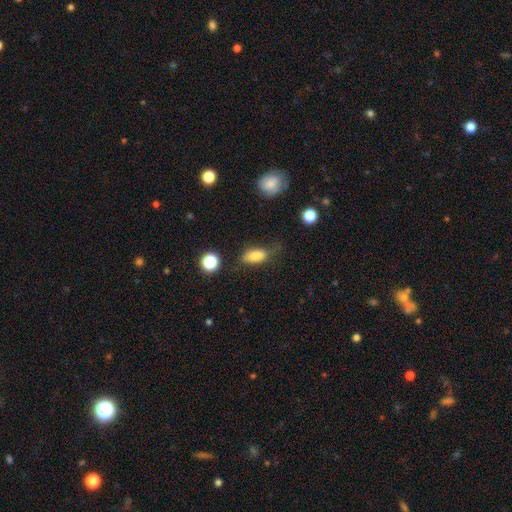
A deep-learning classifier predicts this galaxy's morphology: The model was most divided on "merging": none: 60%, minor disturbance: 26%, major disturbance: 11%, merger: 3%. More confident: how rounded — in between (87%); smooth or featured — smooth (83%).